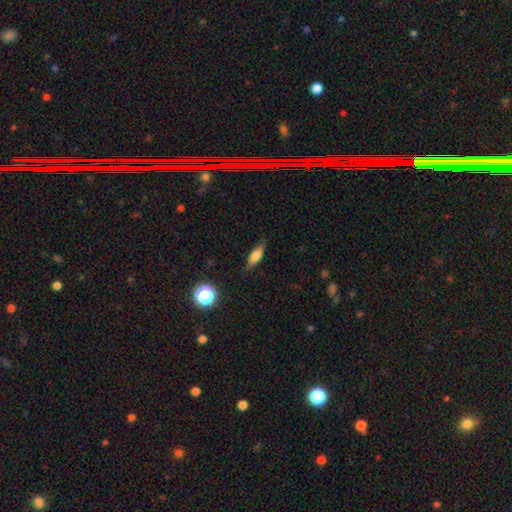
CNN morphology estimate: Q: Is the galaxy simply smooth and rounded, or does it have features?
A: smooth — 65%.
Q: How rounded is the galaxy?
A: in between — 58%.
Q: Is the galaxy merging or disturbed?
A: none — 80%.